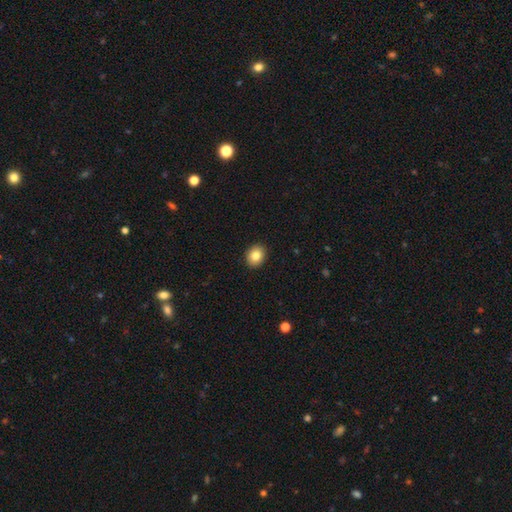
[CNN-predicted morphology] Overall: smooth (83%). How rounded: round (54%; in between 45%). Merging: none (92%).